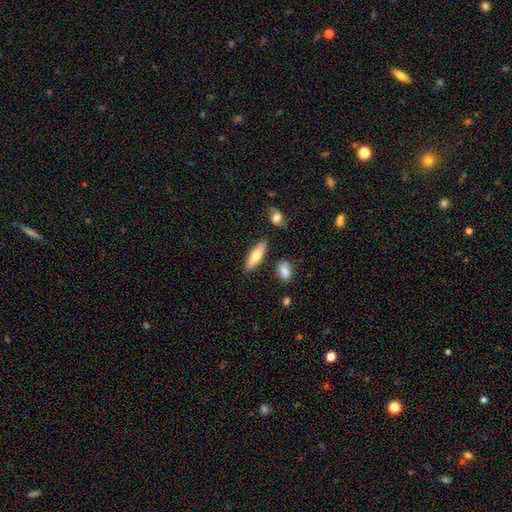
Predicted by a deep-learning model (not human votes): Smooth or featured: smooth — 67% (featured or disk — 27%)
How rounded: cigar-shaped — 50% (in between — 47%)
Merging: none — 84% (minor disturbance — 10%)